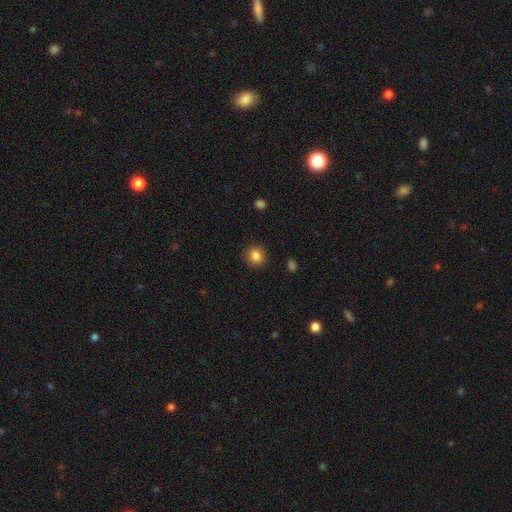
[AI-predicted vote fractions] A smooth galaxy with no disk features (85%) that is round (86%). Merging: none (89%).